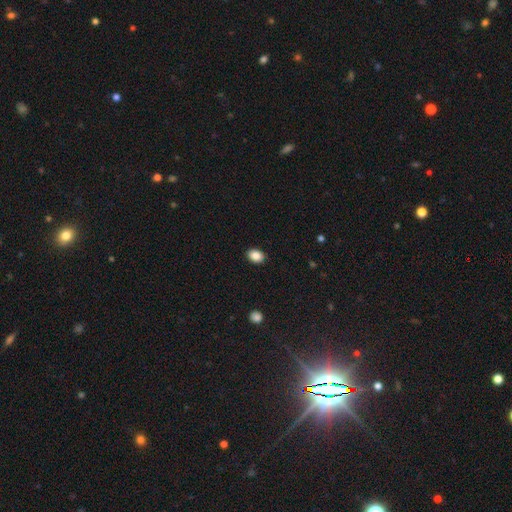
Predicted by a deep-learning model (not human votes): Overall: smooth (88%). How rounded: in between (72%). Merging: none (89%).